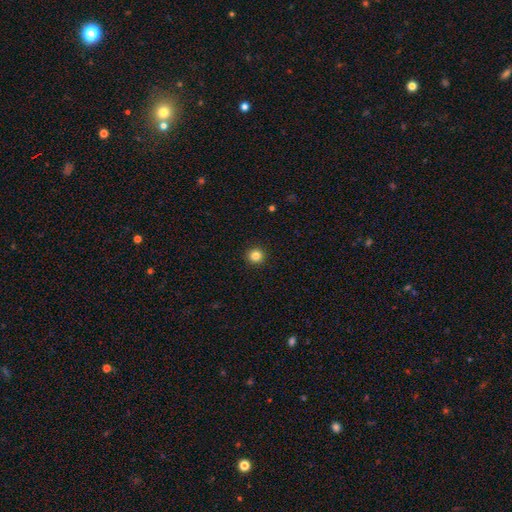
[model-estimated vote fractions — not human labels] Smooth or featured: smooth — 84% (star or artifact — 12%)
How rounded: round — 95% (in between — 4%)
Merging: none — 93% (minor disturbance — 4%)